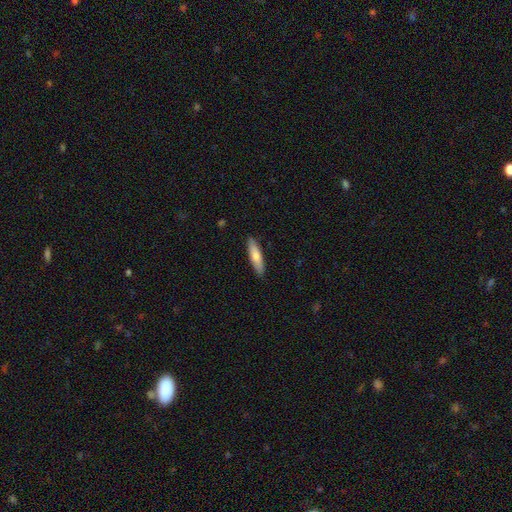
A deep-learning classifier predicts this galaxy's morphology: smooth 70%, featured or disk 25%, star or artifact 6%. Down the decision tree: how rounded — cigar-shaped (74%); merging — none (90%).